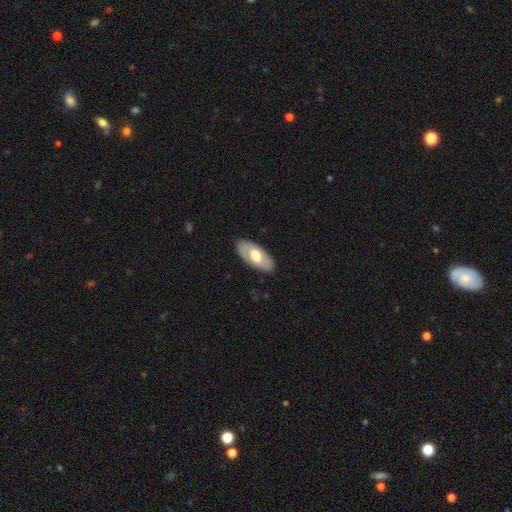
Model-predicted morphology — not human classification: The model was most divided on "smooth or featured": smooth: 57%, featured or disk: 39%, star or artifact: 5%. More confident: how rounded — in between (92%); merging — none (86%).